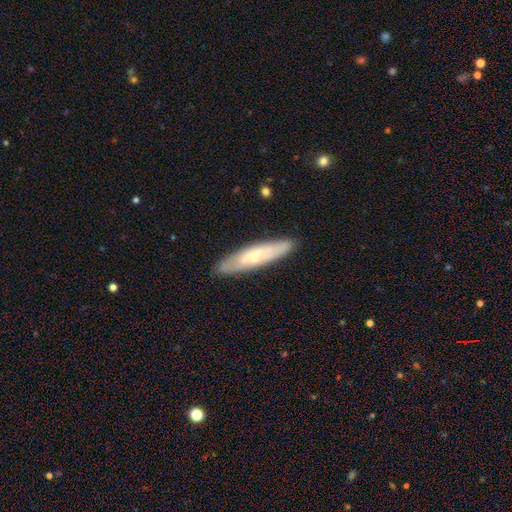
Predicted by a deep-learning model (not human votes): The model was most divided on "smooth or featured": smooth: 49%, featured or disk: 45%, star or artifact: 6%. More confident: merging — none (86%).